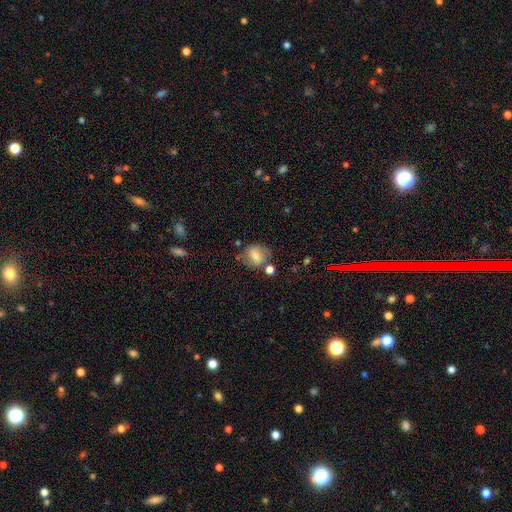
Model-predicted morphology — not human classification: Smooth or featured? smooth (51%)
How rounded? round (51%)
Merging? none (60%)